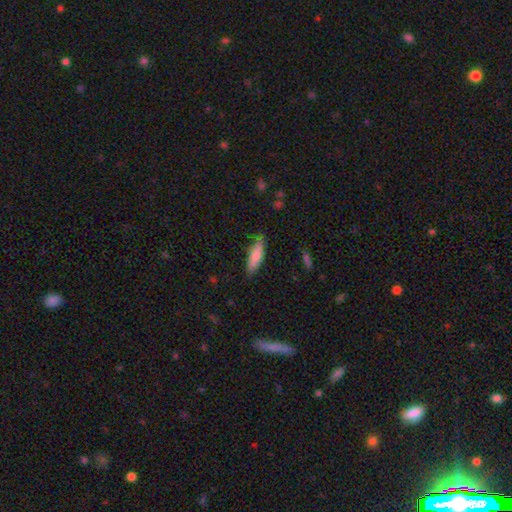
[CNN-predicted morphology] Smooth or featured? smooth (80%)
How rounded? cigar-shaped (58%)
Merging? none (71%)